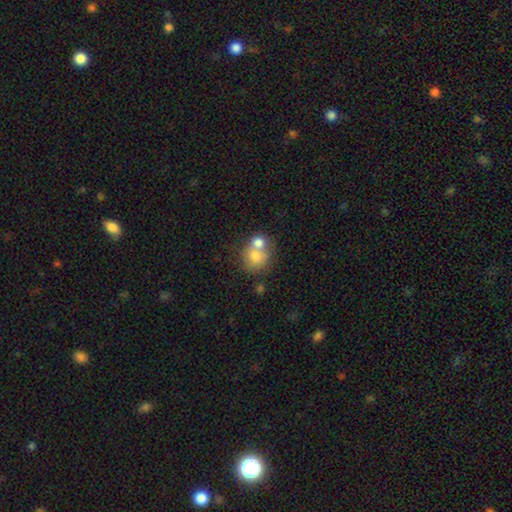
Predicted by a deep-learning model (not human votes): Q: Smooth or featured?
A: smooth (73%); runner-up: featured or disk (18%)
Q: How rounded?
A: round (77%); runner-up: in between (22%)
Q: Merging?
A: merger (55%); runner-up: none (32%)